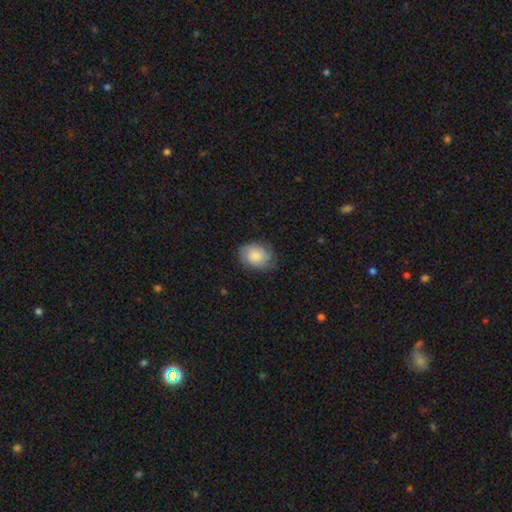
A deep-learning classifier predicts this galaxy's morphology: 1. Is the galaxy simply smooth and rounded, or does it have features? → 68% smooth, 25% featured or disk, 8% star or artifact.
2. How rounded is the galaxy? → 67% in between, 32% round, 1% cigar-shaped.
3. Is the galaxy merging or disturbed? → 75% none, 18% minor disturbance, 5% major disturbance, 1% merger.